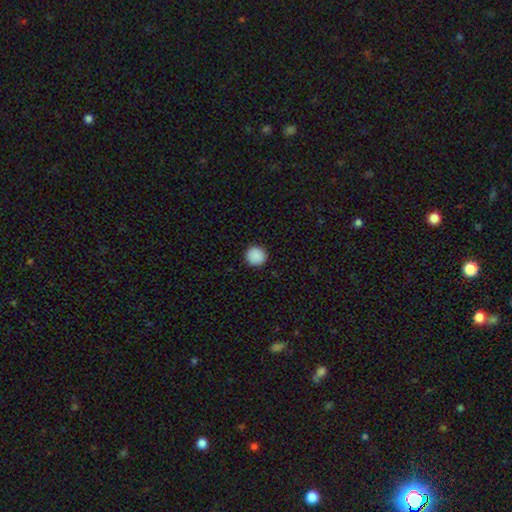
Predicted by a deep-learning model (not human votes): Smooth or featured: smooth — 90% (star or artifact — 8%)
How rounded: round — 95% (in between — 4%)
Merging: none — 93% (minor disturbance — 5%)